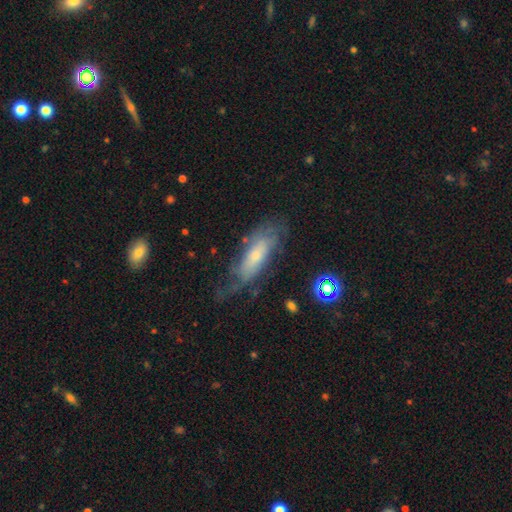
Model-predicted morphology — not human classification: Smooth or featured: featured or disk — 62% (smooth — 30%)
Edge-on disk: no — 80% (yes — 20%)
Merging: none — 52% (minor disturbance — 25%)